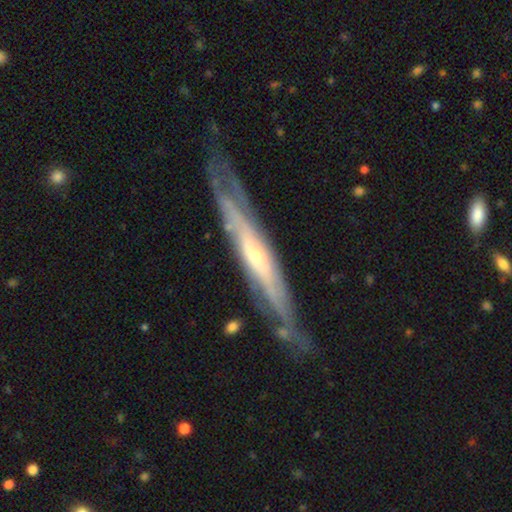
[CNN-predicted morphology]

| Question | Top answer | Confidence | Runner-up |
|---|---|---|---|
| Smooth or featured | featured or disk | 80% | smooth (14%) |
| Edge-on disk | yes | 63% | no (37%) |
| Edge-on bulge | rounded | 54% | none (41%) |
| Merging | none | 72% | minor disturbance (20%) |